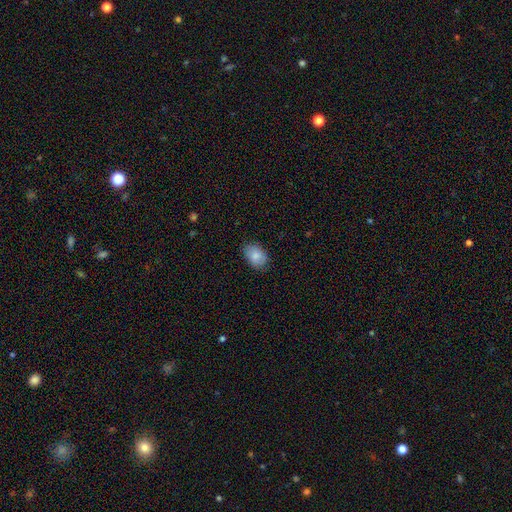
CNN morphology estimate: smooth 84%, featured or disk 10%, star or artifact 7%. Down the decision tree: how rounded — in between (81%); merging — none (79%).